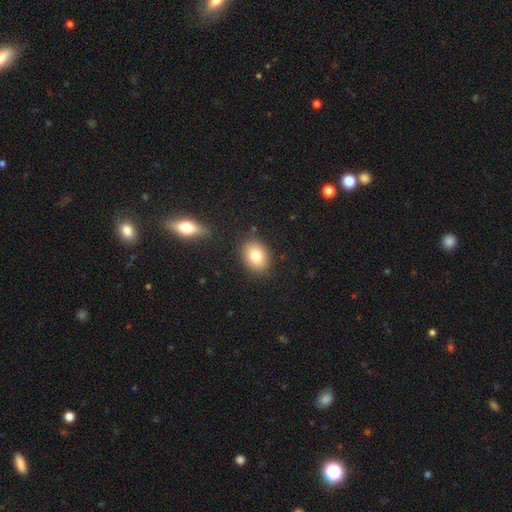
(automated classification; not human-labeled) smooth 79%, featured or disk 12%, star or artifact 9%. Down the decision tree: how rounded — in between (63%); merging — none (86%).